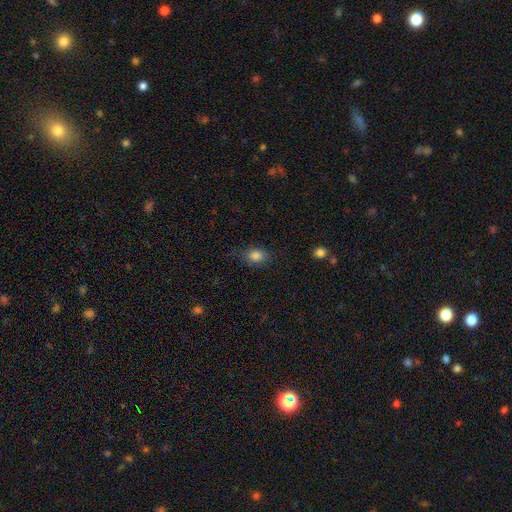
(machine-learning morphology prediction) Smooth or featured: smooth — 84% (star or artifact — 10%)
How rounded: in between — 68% (round — 31%)
Merging: none — 77% (minor disturbance — 17%)